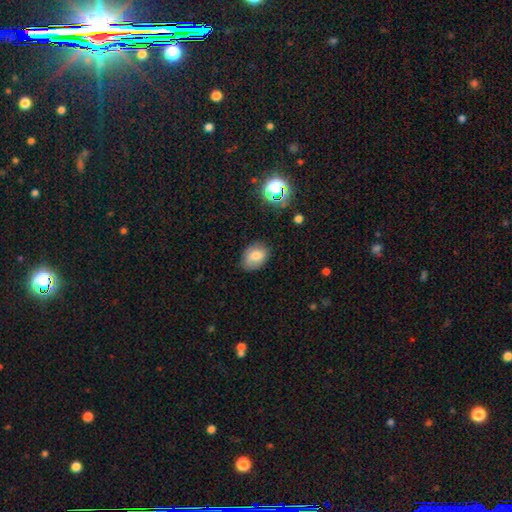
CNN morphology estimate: A smooth galaxy with no disk features (74%) that is in between round and cigar-shaped (68%).

Vote fractions:
- Smooth or featured? smooth: 74% / featured or disk: 15% / star or artifact: 11%
- How rounded? in between: 68% / round: 30% / cigar-shaped: 1%
- Merging? none: 75% / minor disturbance: 19% / major disturbance: 4% / merger: 1%